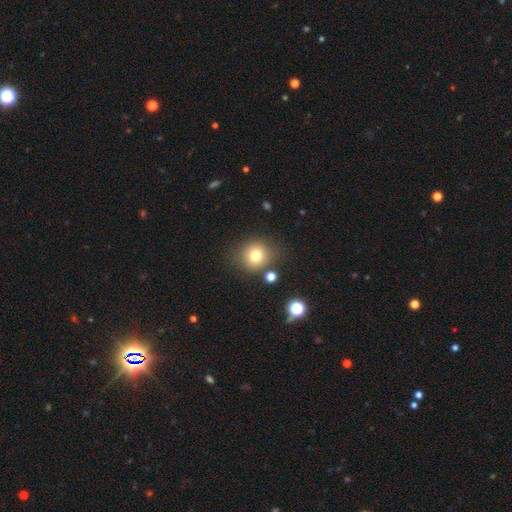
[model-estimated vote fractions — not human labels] A smooth galaxy with no disk features (76%) that is round (86%). Merging: none (78%).